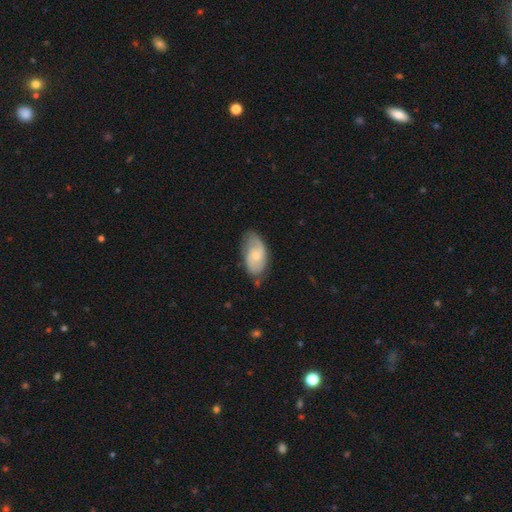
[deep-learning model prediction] This appears to be a featured or disk galaxy (58%) with no bar (66%), spiral arms (85%) and a small central bulge (57%). Merging: none (66%).